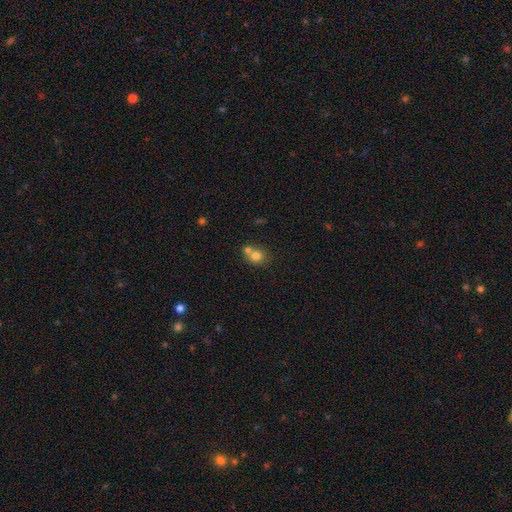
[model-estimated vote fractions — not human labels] Morphology: type=smooth (76%); roundness=round (74%); merging=merger (50%).